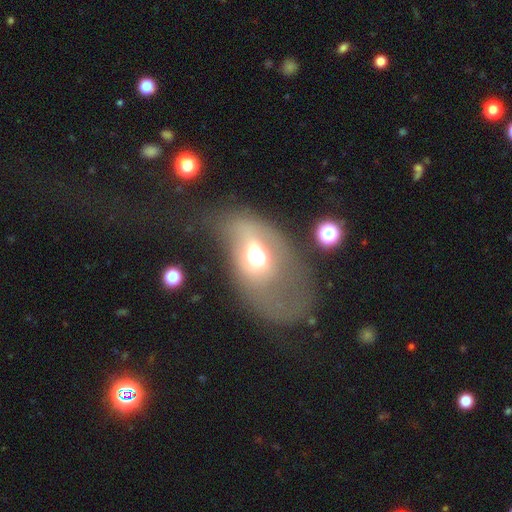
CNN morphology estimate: This is possibly a smooth galaxy (48%). Merging: marginally none (36%).